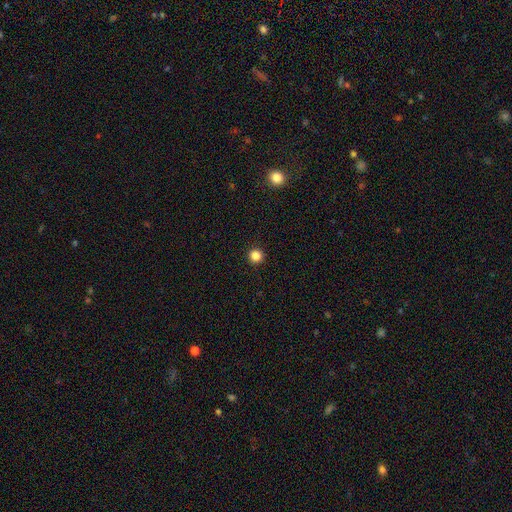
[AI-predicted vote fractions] A smooth galaxy with no disk features (85%) that is round (96%). Merging: none (94%).